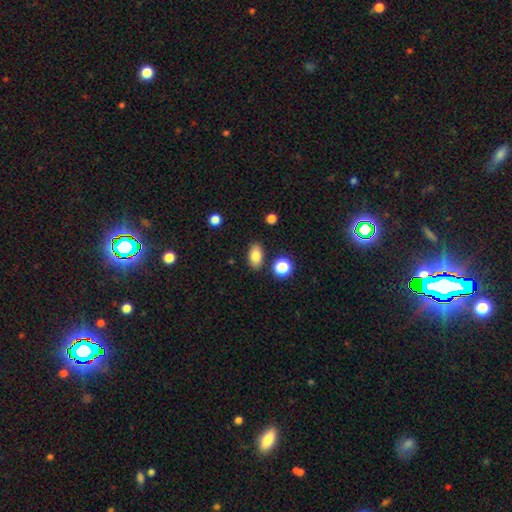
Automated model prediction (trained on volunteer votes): Q: Smooth or featured?
A: smooth (83%); runner-up: star or artifact (9%)
Q: How rounded?
A: in between (88%); runner-up: round (10%)
Q: Merging?
A: none (84%); runner-up: minor disturbance (10%)